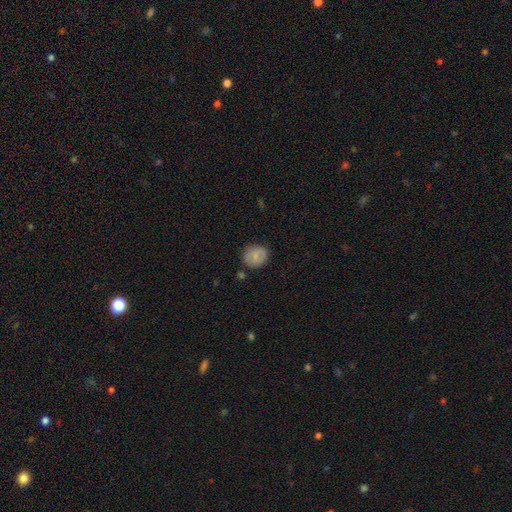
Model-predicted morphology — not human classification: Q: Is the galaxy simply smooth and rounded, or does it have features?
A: smooth — 73%.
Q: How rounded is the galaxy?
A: round — 73%.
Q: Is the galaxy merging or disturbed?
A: none — 76%.